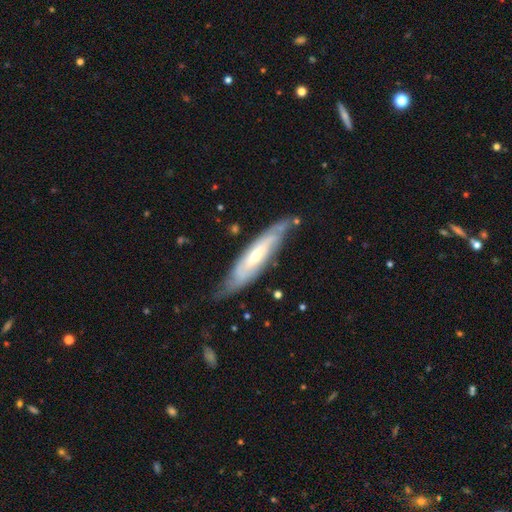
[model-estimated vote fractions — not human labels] Smooth or featured? Predicted: featured or disk (p=0.73). Edge-on disk? Predicted: no (p=0.62). Merging? Predicted: none (p=0.68).